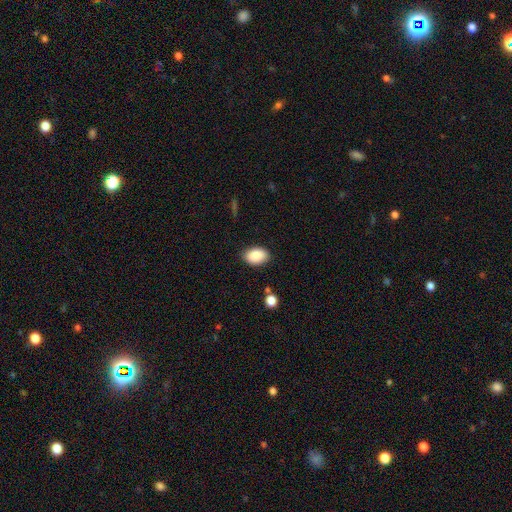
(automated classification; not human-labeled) Smooth or featured? smooth (87%)
How rounded? in between (88%)
Merging? none (86%)